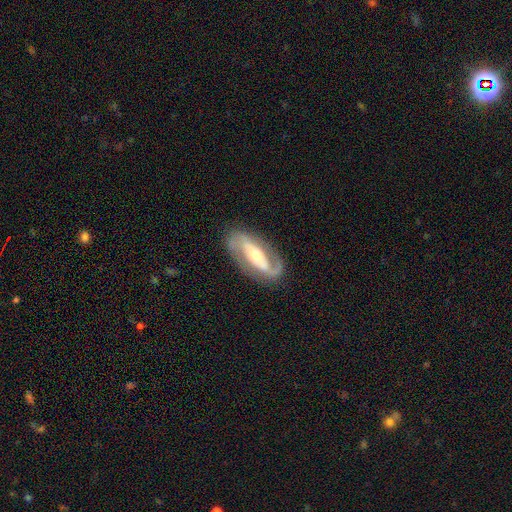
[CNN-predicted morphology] Smooth or featured? featured or disk (86%)
Edge-on disk? no (93%)
Bar? strong (49%)
Spiral arms? yes (92%)
Spiral winding? medium (45%)
Spiral arm count? 2 (89%)
Bulge size? moderate (61%)
Merging? none (83%)